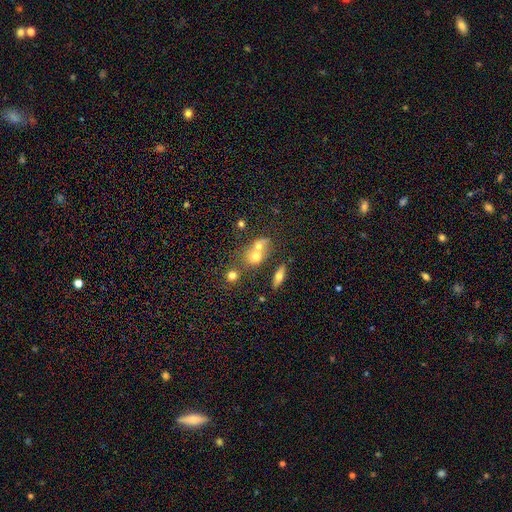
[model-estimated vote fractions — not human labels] Smooth or featured?
  - smooth: 58% *
  - featured or disk: 27%
  - star or artifact: 16%
How rounded?
  - round: 51% *
  - in between: 45%
  - cigar-shaped: 4%
Merging?
  - merger: 48% *
  - none: 38%
  - minor disturbance: 9%
  - major disturbance: 5%